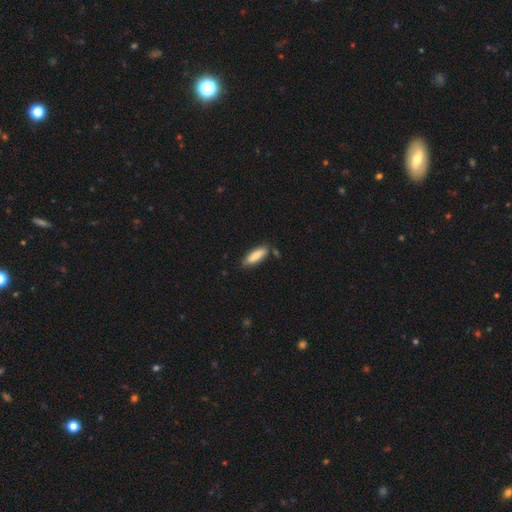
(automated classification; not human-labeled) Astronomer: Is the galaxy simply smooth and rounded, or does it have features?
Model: smooth — 80%.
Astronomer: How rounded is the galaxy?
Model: in between — 57% (runner-up: cigar-shaped, 42%).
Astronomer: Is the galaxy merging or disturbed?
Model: none — 80%.